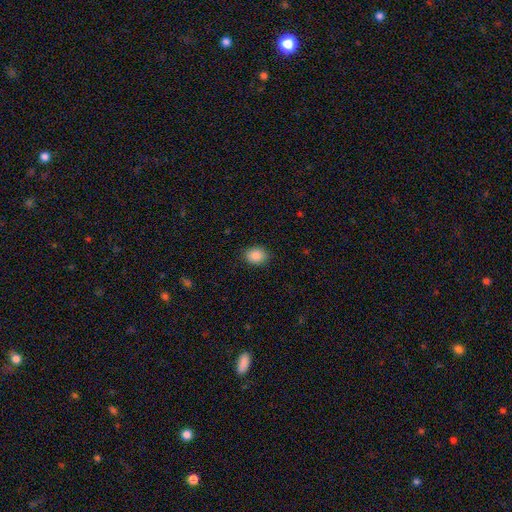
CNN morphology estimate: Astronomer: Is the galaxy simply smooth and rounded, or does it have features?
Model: smooth — 88%.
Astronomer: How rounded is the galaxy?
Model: in between — 52% (runner-up: round, 47%).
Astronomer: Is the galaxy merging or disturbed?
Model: none — 87%.